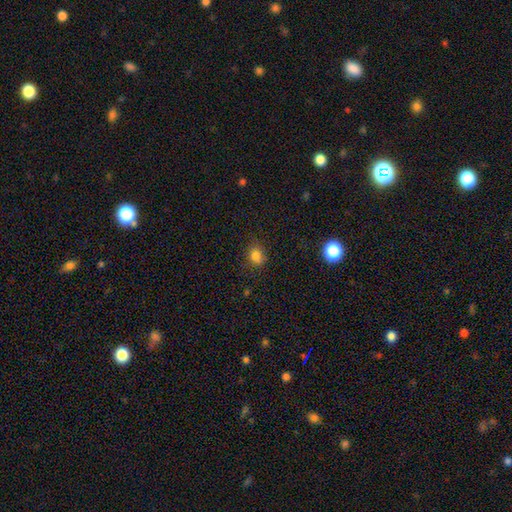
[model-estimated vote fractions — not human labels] smooth 80%, star or artifact 14%, featured or disk 6%. Down the decision tree: how rounded — round (58%); merging — none (77%).